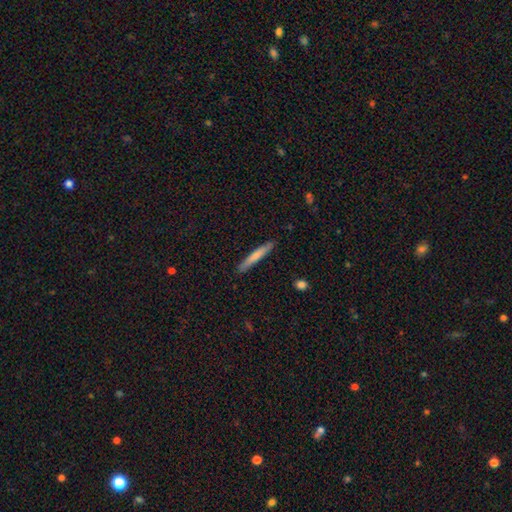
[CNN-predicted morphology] Smooth or featured? Predicted: smooth (p=0.71). How rounded? Predicted: cigar-shaped (p=0.95). Merging? Predicted: none (p=0.88).